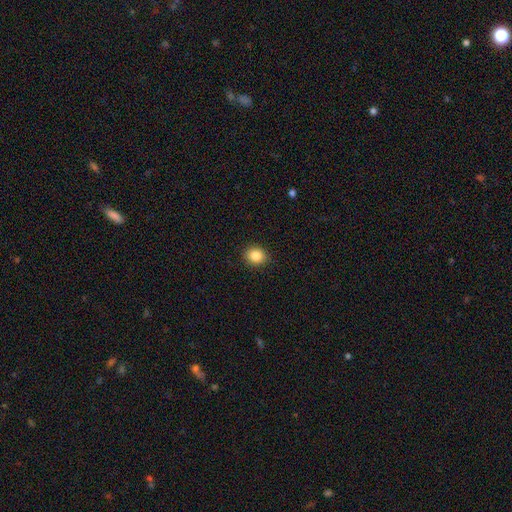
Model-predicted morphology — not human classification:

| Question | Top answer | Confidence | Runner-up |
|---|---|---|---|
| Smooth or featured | smooth | 86% | star or artifact (10%) |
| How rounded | round | 72% | in between (27%) |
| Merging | none | 90% | minor disturbance (7%) |